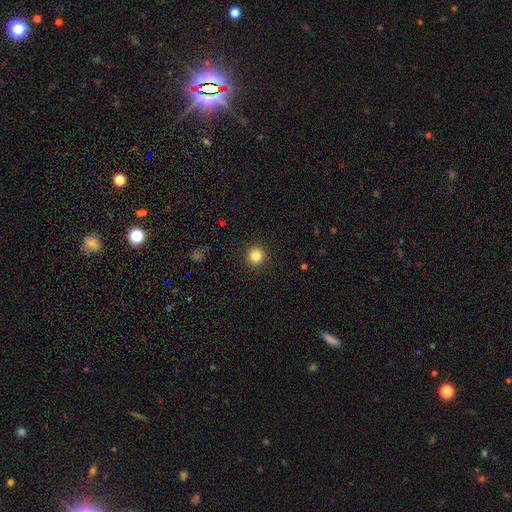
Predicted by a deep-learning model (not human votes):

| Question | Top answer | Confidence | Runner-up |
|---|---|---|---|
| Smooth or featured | smooth | 84% | star or artifact (11%) |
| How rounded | round | 95% | in between (4%) |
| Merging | none | 93% | minor disturbance (5%) |